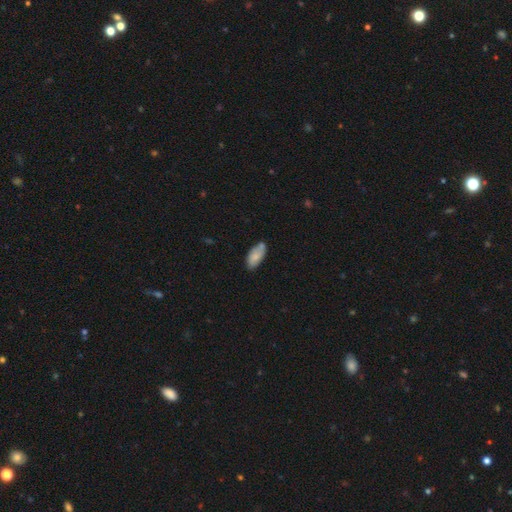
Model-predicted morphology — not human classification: Q: Smooth or featured?
A: smooth (76%); runner-up: featured or disk (17%)
Q: How rounded?
A: in between (91%); runner-up: cigar-shaped (7%)
Q: Merging?
A: none (67%); runner-up: minor disturbance (22%)